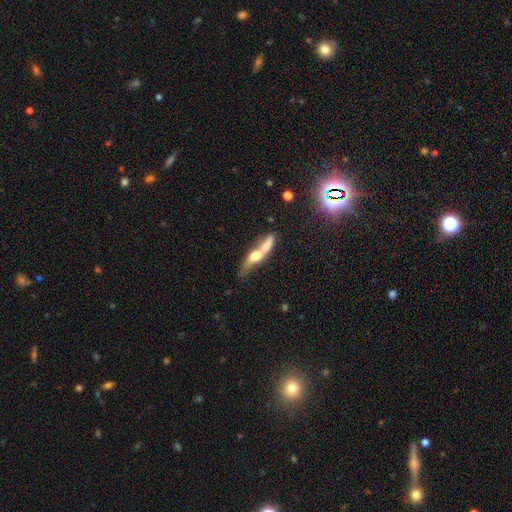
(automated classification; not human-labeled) smooth_or_featured: featured or disk (p=0.46) [tied with: smooth p=0.46]
merging: merger (p=0.57) [alt: none p=0.24]